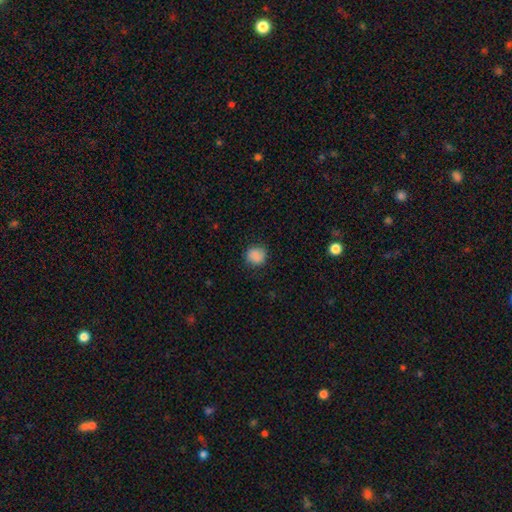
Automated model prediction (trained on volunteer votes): Smooth or featured? Predicted: smooth (p=0.85). How rounded? Predicted: round (p=0.84). Merging? Predicted: none (p=0.80).